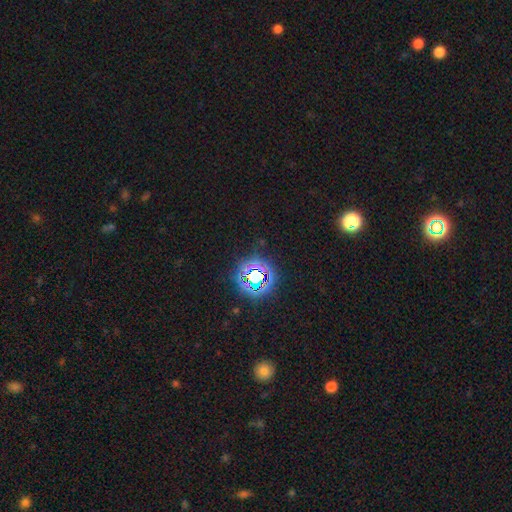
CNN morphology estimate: Smooth or featured: star or artifact — 78% (smooth — 15%)